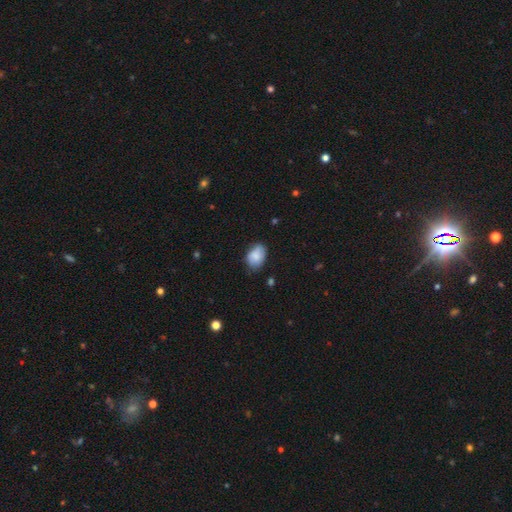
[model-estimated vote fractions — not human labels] The model was most divided on "merging": none: 64%, minor disturbance: 29%, major disturbance: 5%, merger: 2%. More confident: smooth or featured — smooth (83%); how rounded — in between (83%).